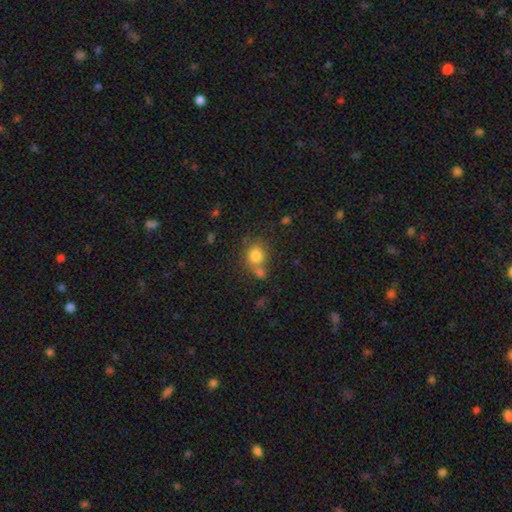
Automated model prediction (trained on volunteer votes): The model was most divided on "merging": none: 50%, merger: 32%, minor disturbance: 13%, major disturbance: 5%. More confident: smooth or featured — smooth (80%); how rounded — round (73%).